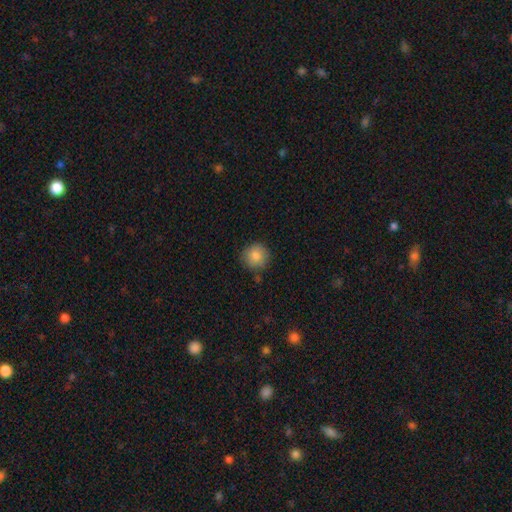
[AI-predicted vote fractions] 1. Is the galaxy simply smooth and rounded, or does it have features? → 84% smooth, 9% star or artifact, 8% featured or disk.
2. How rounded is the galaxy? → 92% round, 7% in between, 1% cigar-shaped.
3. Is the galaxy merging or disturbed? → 82% none, 12% minor disturbance, 3% merger, 2% major disturbance.